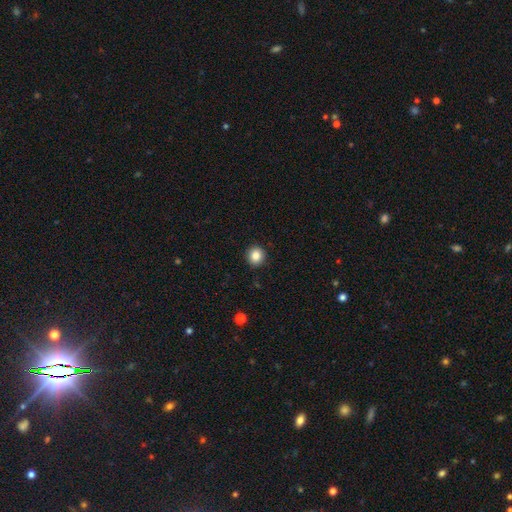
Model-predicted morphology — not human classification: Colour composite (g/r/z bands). It shows a smooth galaxy with no disk features (84%) that is round (92%). Merging: none (92%).